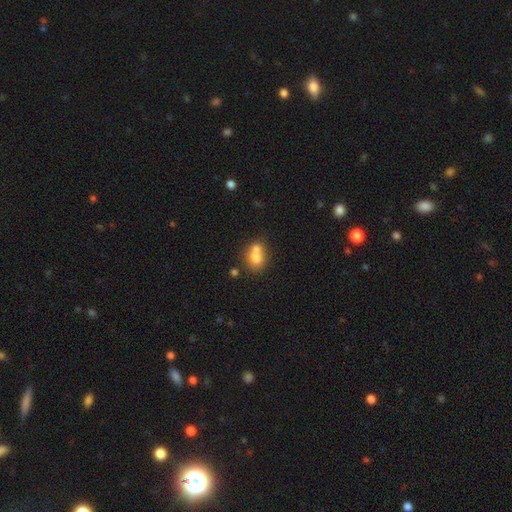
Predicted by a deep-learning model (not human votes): Morphology: type=smooth (73%); roundness=in between (55%); merging=merger (49%).